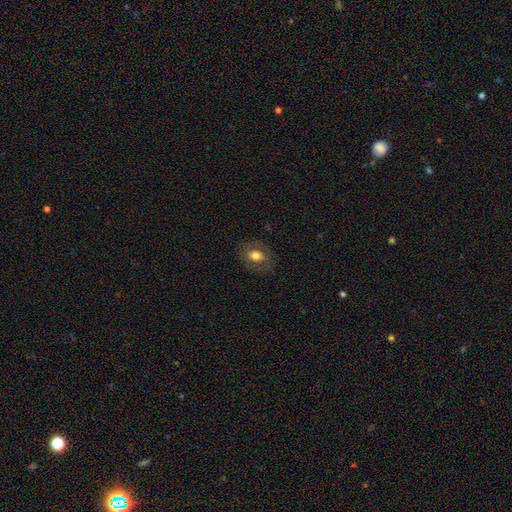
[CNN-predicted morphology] This appears to be a smooth galaxy with no disk features (66%) that is in between round and cigar-shaped (70%). Merging: none (80%).